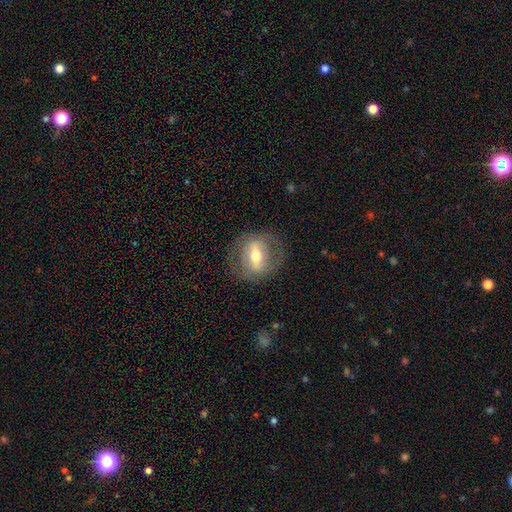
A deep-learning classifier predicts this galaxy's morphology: Smooth or featured? Predicted: featured or disk (p=0.60). Edge-on disk? Predicted: no (p=0.85). Bar? Predicted: strong (p=0.53). Spiral arms? Predicted: no (p=0.69). Bulge size? Predicted: moderate (p=0.69). Merging? Predicted: none (p=0.77).